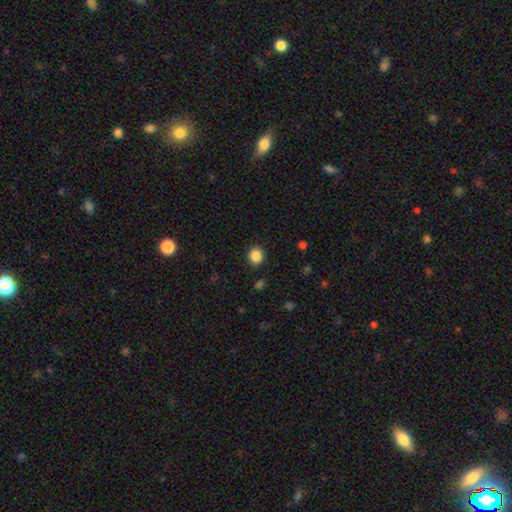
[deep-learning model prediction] smooth_or_featured: smooth (p=0.87) [alt: star or artifact p=0.10]
how_rounded: round (p=0.71) [alt: in between p=0.29]
merging: none (p=0.89) [alt: minor disturbance p=0.07]